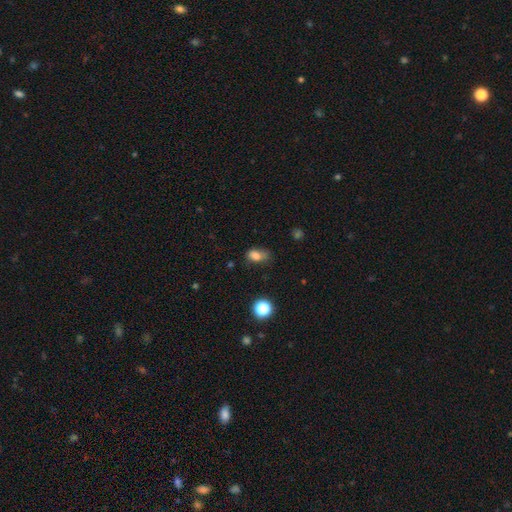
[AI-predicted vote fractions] smooth_or_featured: smooth (p=0.78) [alt: star or artifact p=0.12]
how_rounded: in between (p=0.80) [alt: round p=0.17]
merging: none (p=0.47) [alt: minor disturbance p=0.36]